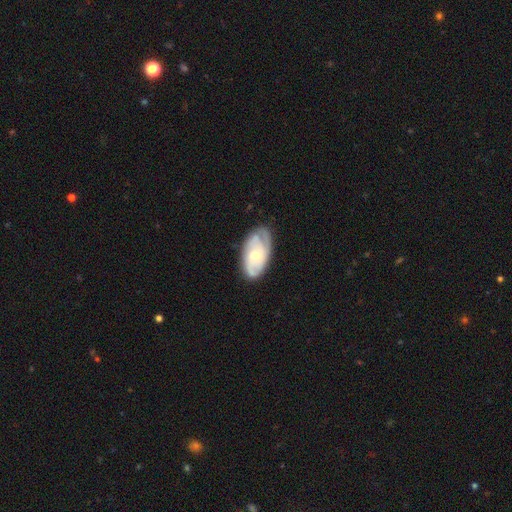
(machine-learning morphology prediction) smooth_or_featured: featured or disk (p=0.68) [alt: smooth p=0.27]
disk_edge_on: no (p=0.94) [alt: yes p=0.06]
bar: no (p=0.73) [alt: weak p=0.23]
has_spiral_arms: yes (p=0.87) [alt: no p=0.13]
spiral_winding: tight (p=0.52) [alt: medium p=0.35]
spiral_arm_count: can't tell (p=0.36) [alt: 2 p=0.30]
bulge_size: moderate (p=0.54) [alt: small p=0.39]
merging: none (p=0.70) [alt: minor disturbance p=0.22]